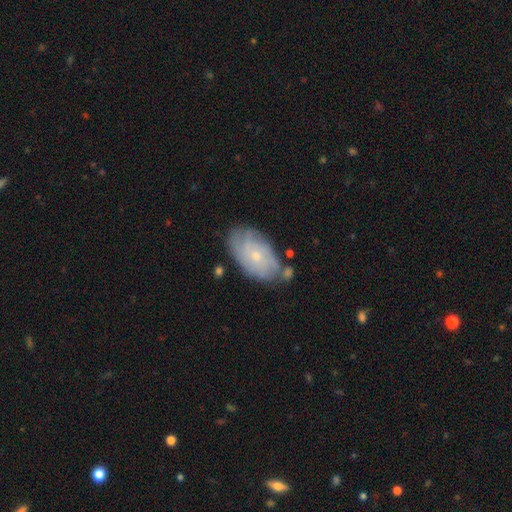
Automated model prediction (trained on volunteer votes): A featured or disk galaxy (58%) with no bar (79%), spiral arms (77%) and a small central bulge (72%). Merging: none (62%).